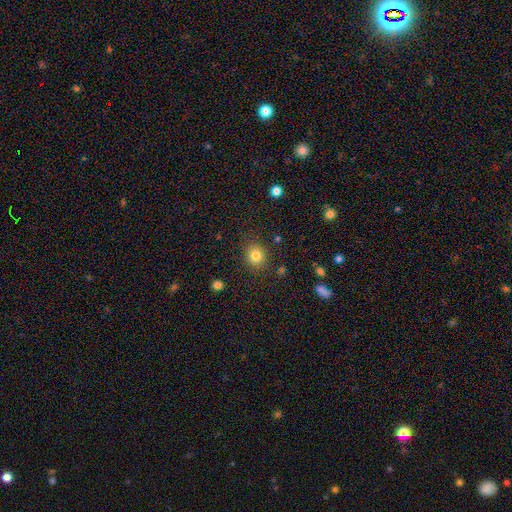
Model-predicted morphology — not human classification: smooth_or_featured: smooth (p=0.82) [alt: star or artifact p=0.12]
how_rounded: round (p=0.82) [alt: in between p=0.17]
merging: none (p=0.86) [alt: minor disturbance p=0.09]